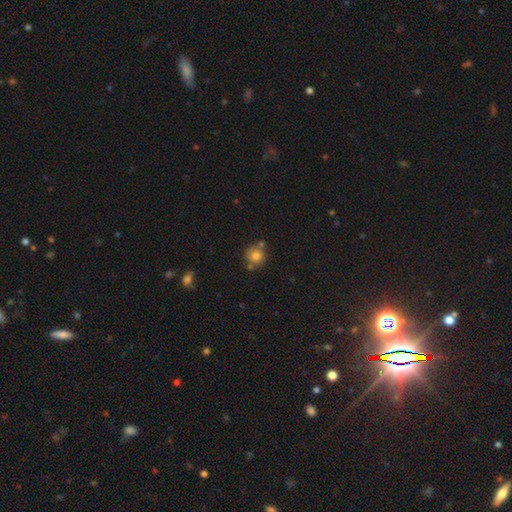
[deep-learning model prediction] A smooth galaxy with no disk features (77%) that is round (87%). Merging: none (62%).